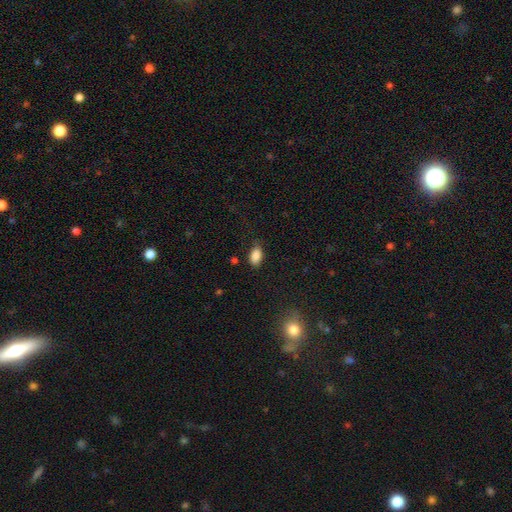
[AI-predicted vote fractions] Overall: smooth (87%). How rounded: in between (90%). Merging: none (74%).